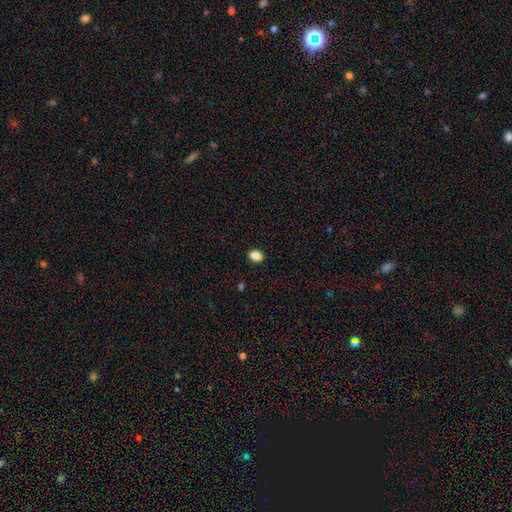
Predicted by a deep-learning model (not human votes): smooth 87%, star or artifact 10%, featured or disk 3%. Down the decision tree: how rounded — in between (71%); merging — none (89%).